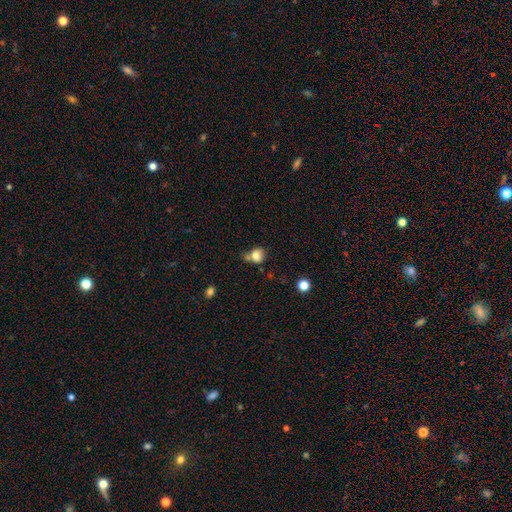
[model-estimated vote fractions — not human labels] A smooth galaxy with no disk features (78%) that is round (61%). Merging: none (41%).